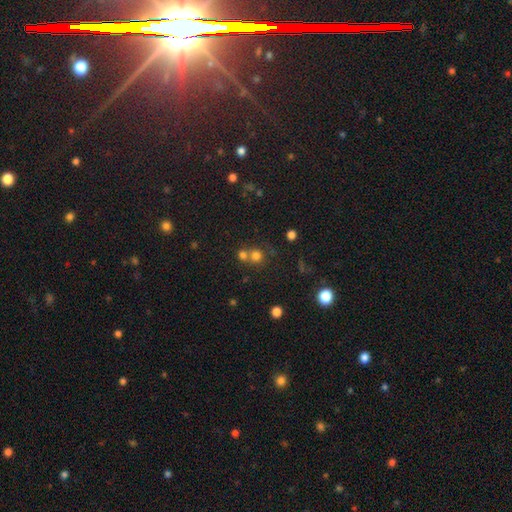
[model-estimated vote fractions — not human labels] This is likely a smooth galaxy (72%). How rounded: clearly round (89%). Merging: possibly none (49%).